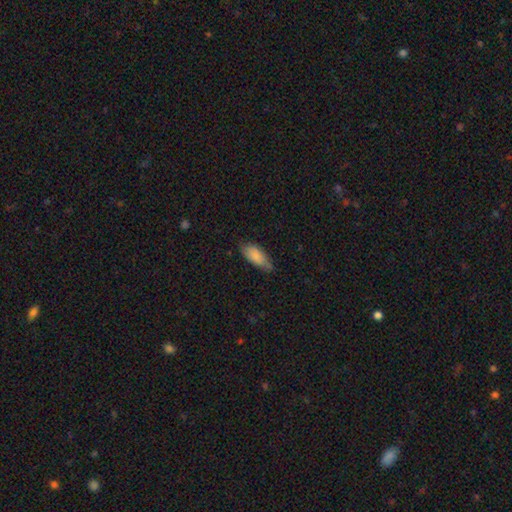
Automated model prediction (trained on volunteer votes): smooth-or-featured: smooth: 84% | featured or disk: 10% | star or artifact: 6%
  how-rounded: in between: 83% | cigar-shaped: 15% | round: 2%
  merging: none: 67% | minor disturbance: 28% | major disturbance: 4% | merger: 1%